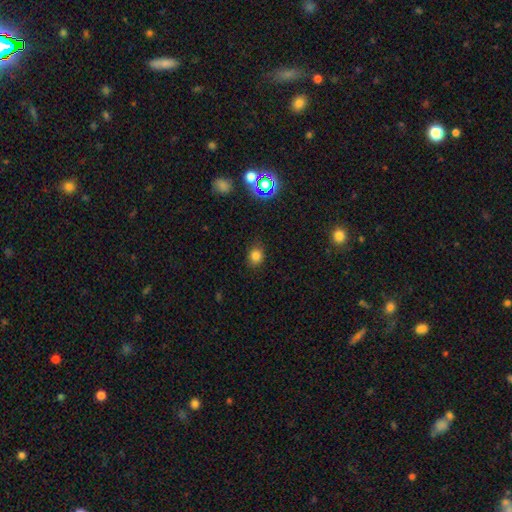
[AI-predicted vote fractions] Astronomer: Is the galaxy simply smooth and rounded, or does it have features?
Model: smooth — 80%.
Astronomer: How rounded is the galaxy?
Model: round — 64%.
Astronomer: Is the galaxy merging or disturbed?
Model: none — 82%.